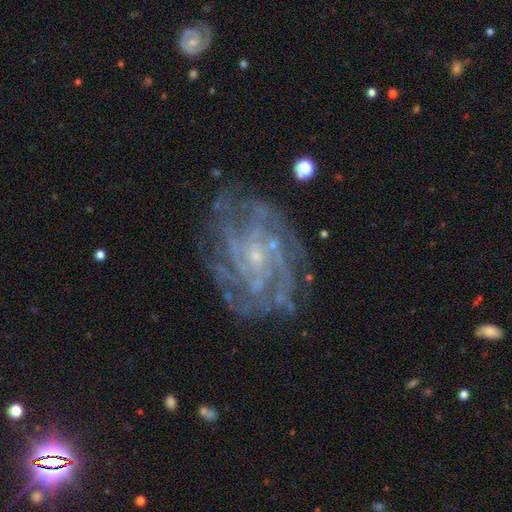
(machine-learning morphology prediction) The model was most divided on "spiral arm count": can't tell: 27%, 4: 26%, more than 4: 17%, 3: 14%, 2: 9%, 1: 7%. More confident: edge-on disk — no (97%); spiral arms — yes (95%); smooth or featured — featured or disk (88%); bulge size — small (78%); merging — none (73%); bar — no (70%); spiral winding — tight (62%).